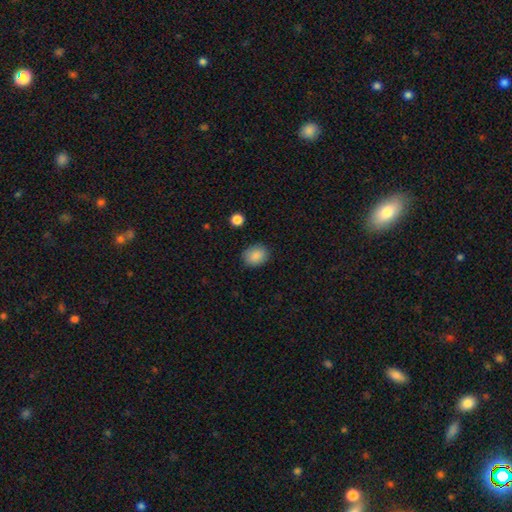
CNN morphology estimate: A smooth galaxy with no disk features (88%) that is in between round and cigar-shaped (54%). Merging: none (86%).